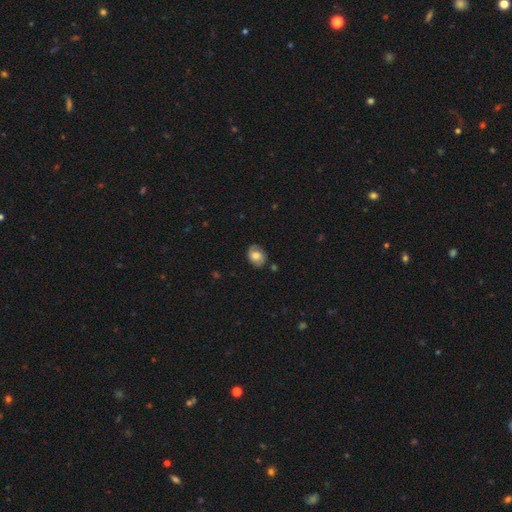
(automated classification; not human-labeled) This is possibly a smooth galaxy (57%). How rounded: likely in between (60%). Merging: likely none (74%).